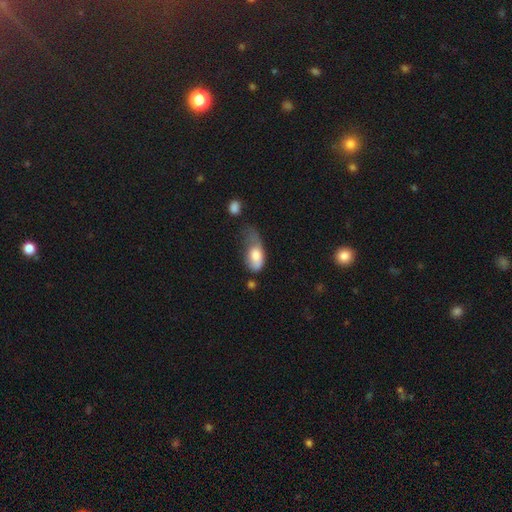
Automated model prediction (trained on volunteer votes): smooth_or_featured: smooth (p=0.74) [alt: featured or disk p=0.20]
how_rounded: in between (p=0.88) [alt: round p=0.07]
merging: major disturbance (p=0.50) [alt: minor disturbance p=0.28]